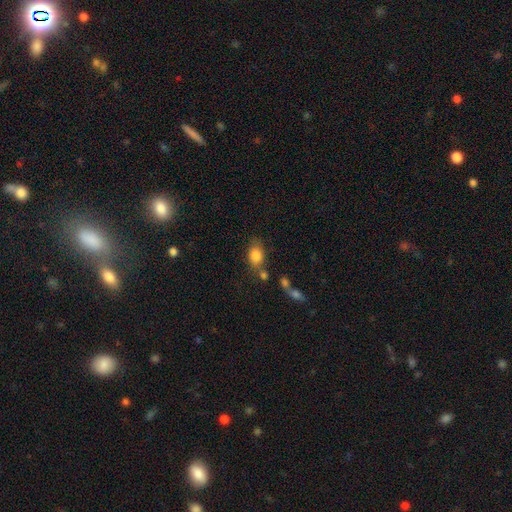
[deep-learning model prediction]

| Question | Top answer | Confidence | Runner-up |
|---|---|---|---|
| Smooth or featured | smooth | 83% | star or artifact (9%) |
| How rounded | in between | 72% | round (26%) |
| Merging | none | 59% | minor disturbance (18%) |